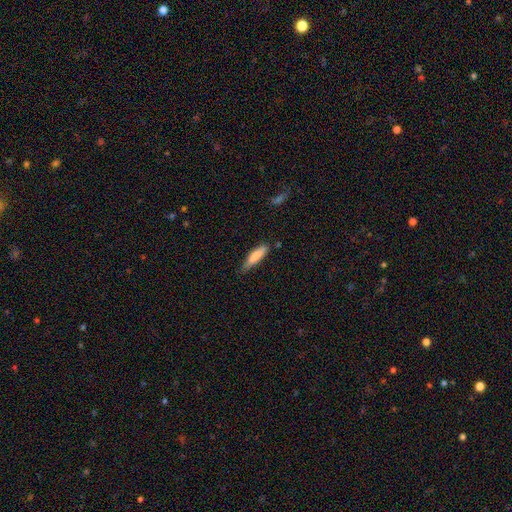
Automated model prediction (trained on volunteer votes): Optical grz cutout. It shows a smooth galaxy with no disk features (80%) that is cigar-shaped (71%). Merging: none (64%).